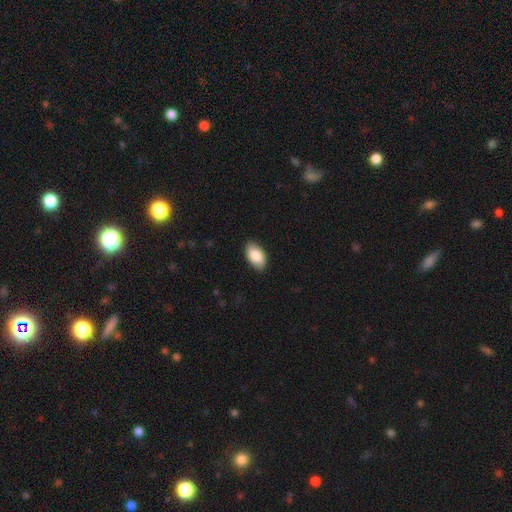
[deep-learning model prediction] Morphology: type=smooth (88%); roundness=in between (95%); merging=none (87%).